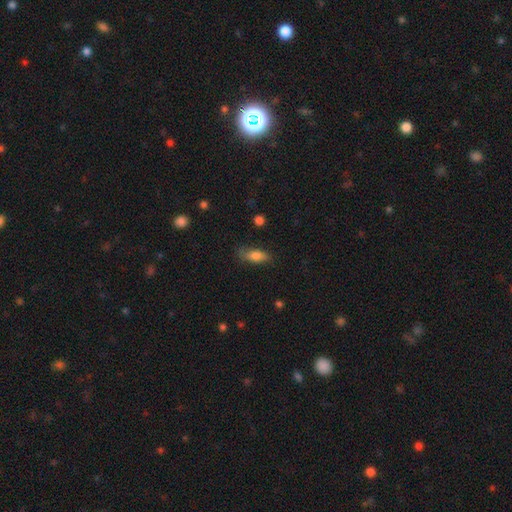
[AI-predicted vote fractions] Overall: smooth (77%). How rounded: in between (69%). Merging: none (73%).